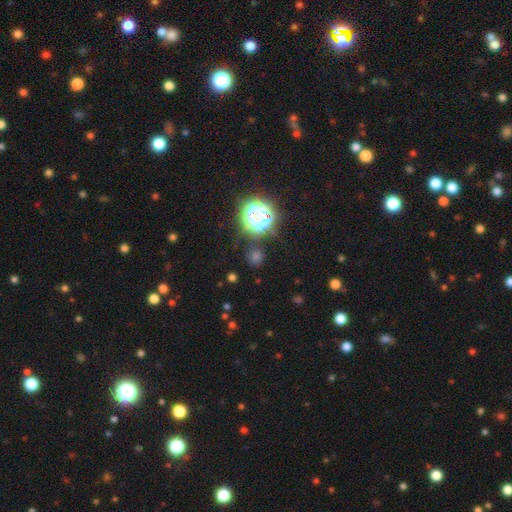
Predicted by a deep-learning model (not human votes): A star or artifact, not a galaxy (48%).